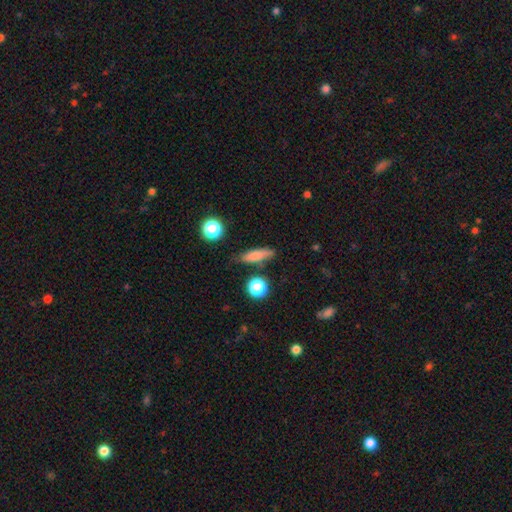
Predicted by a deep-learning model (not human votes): smooth 76%, featured or disk 14%, star or artifact 10%. Down the decision tree: how rounded — cigar-shaped (66%); merging — none (79%).